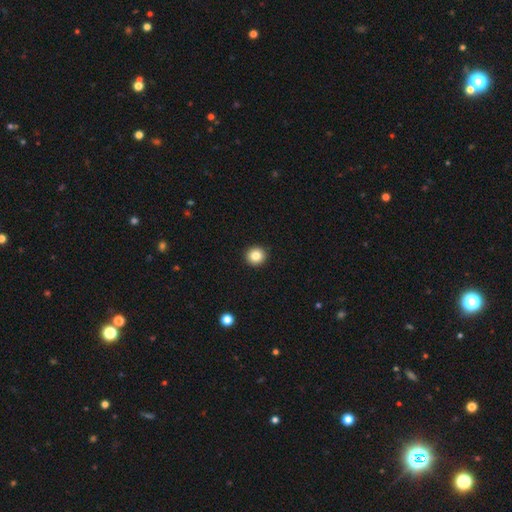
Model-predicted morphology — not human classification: A smooth galaxy with no disk features (84%) that is round (94%). Merging: none (94%).